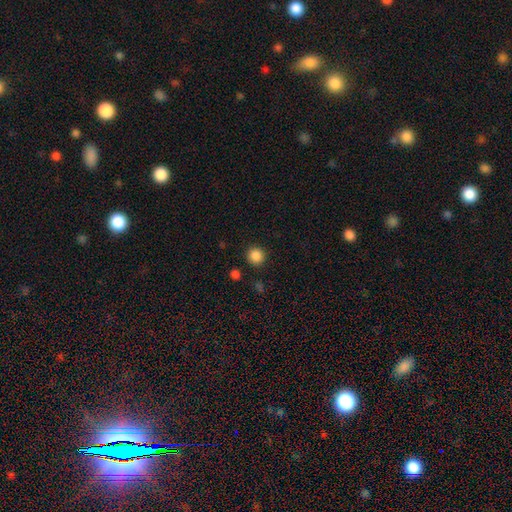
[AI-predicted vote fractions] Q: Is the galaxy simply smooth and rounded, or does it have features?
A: smooth — 87%.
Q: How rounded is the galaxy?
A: round — 92%.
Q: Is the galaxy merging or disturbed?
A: none — 90%.